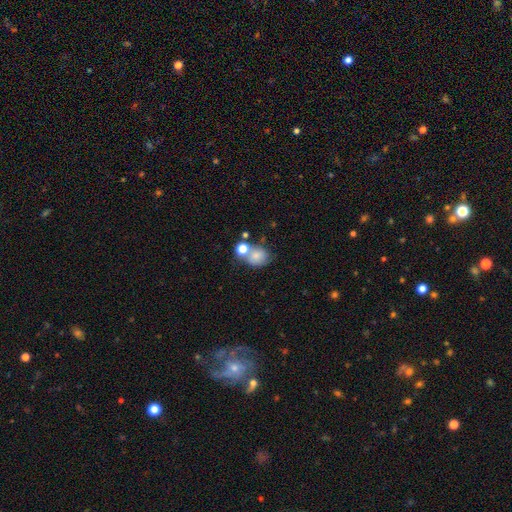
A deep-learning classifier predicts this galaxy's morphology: This is likely a smooth galaxy (75%). How rounded: possibly round (59%). Merging: marginally none (42%).